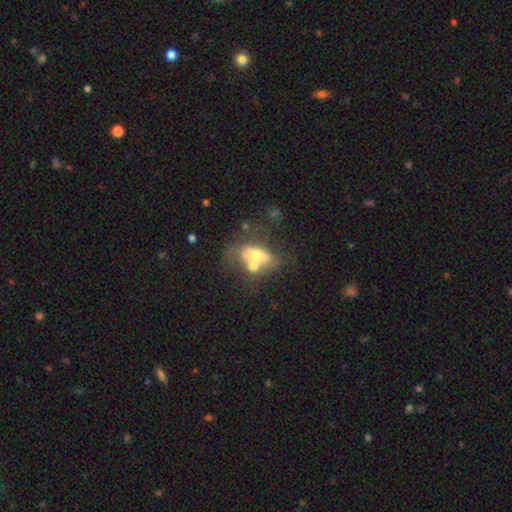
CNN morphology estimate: Smooth or featured: smooth — 52% (featured or disk — 39%)
How rounded: in between — 80% (round — 12%)
Merging: merger — 51% (none — 23%)